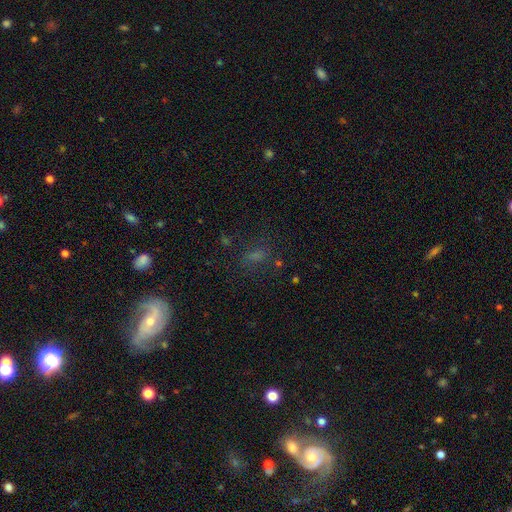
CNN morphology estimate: A smooth galaxy with no disk features (50%) that is in between round and cigar-shaped (66%). Merging: none (70%).